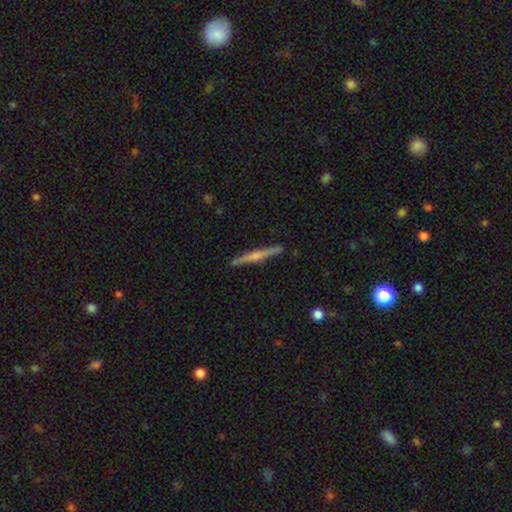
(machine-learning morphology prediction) A featured or disk galaxy (64%) viewed edge-on (96%) with a rounded central bulge (70%).

Vote fractions:
- Smooth or featured? featured or disk: 64% / smooth: 27% / star or artifact: 10%
- Edge-on disk? yes: 96% / no: 4%
- Edge-on bulge? rounded: 70% / none: 21% / boxy: 9%
- Merging? none: 89% / minor disturbance: 8% / major disturbance: 2% / merger: 2%